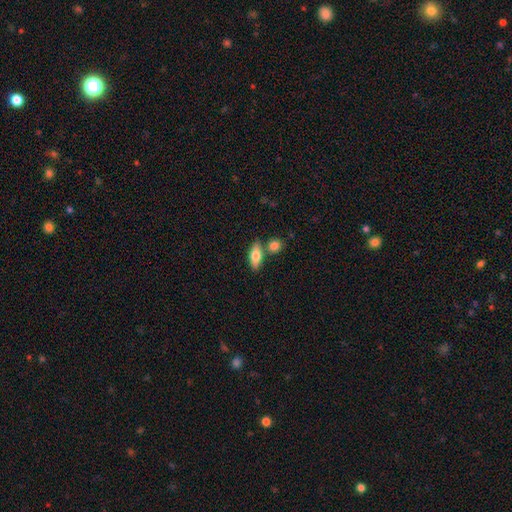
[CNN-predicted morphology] Smooth or featured? Predicted: smooth (p=0.72). How rounded? Predicted: in between (p=0.70). Merging? Predicted: none (p=0.68).